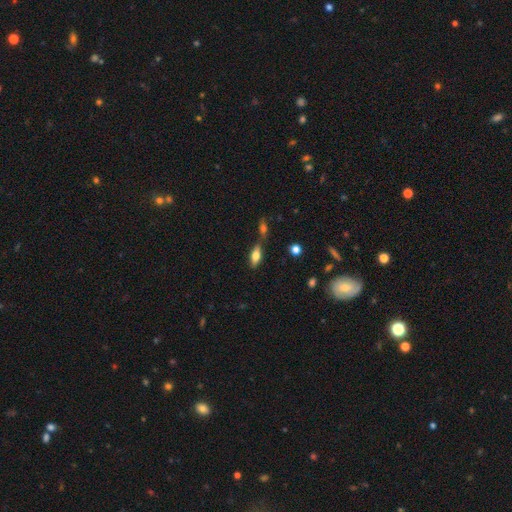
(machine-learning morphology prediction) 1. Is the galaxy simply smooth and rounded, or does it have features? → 69% smooth, 23% featured or disk, 8% star or artifact.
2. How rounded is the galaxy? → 77% in between, 20% cigar-shaped, 3% round.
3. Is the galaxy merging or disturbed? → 60% none, 21% merger, 14% minor disturbance, 5% major disturbance.